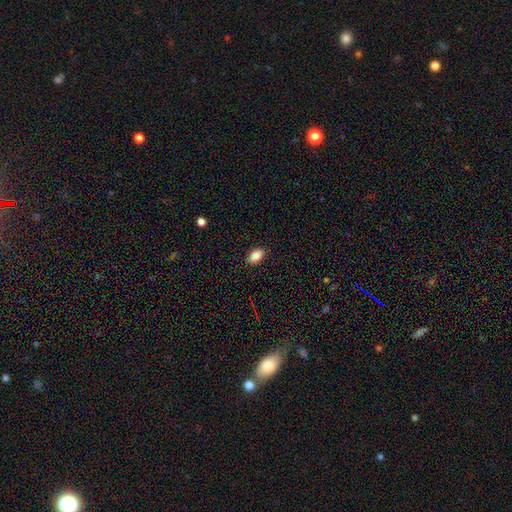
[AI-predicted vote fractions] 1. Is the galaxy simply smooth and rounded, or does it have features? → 87% smooth, 8% star or artifact, 5% featured or disk.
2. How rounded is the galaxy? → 90% in between, 9% round, 2% cigar-shaped.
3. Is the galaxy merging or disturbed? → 88% none, 9% minor disturbance, 2% major disturbance, 1% merger.